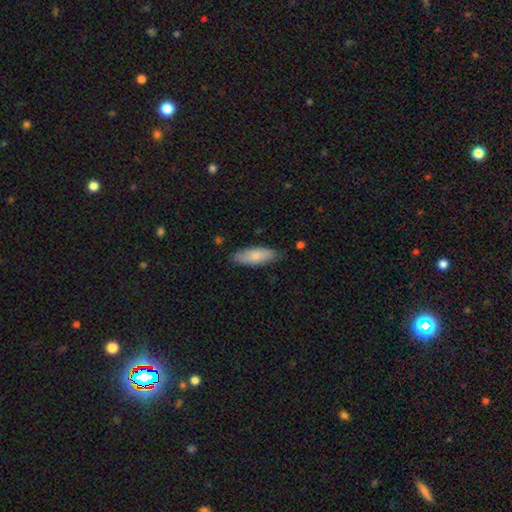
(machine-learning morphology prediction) The model was most divided on "how rounded": in between: 65%, cigar-shaped: 33%, round: 2%. More confident: smooth or featured — smooth (80%); merging — none (80%).